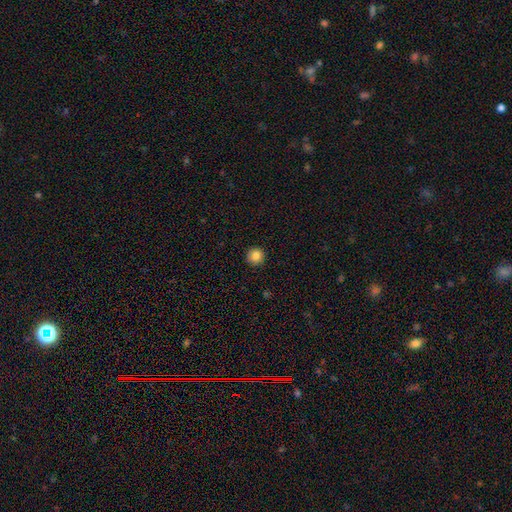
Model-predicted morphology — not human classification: Smooth or featured?
  - smooth: 85% *
  - star or artifact: 10%
  - featured or disk: 5%
How rounded?
  - round: 95% *
  - in between: 4%
  - cigar-shaped: 1%
Merging?
  - none: 92% *
  - minor disturbance: 6%
  - major disturbance: 2%
  - merger: 1%